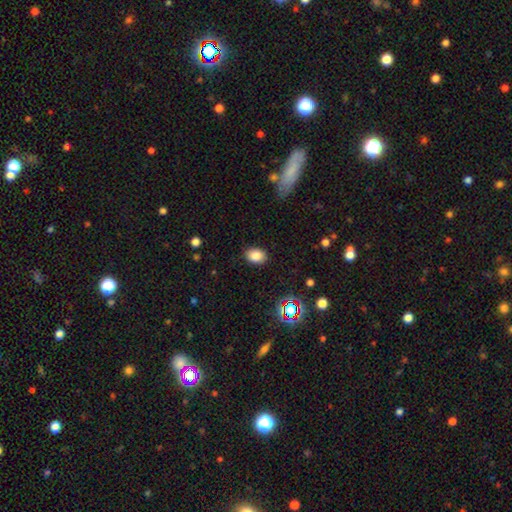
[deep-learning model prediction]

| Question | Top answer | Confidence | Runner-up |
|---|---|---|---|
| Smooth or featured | smooth | 83% | star or artifact (11%) |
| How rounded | in between | 73% | round (26%) |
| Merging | none | 85% | minor disturbance (11%) |